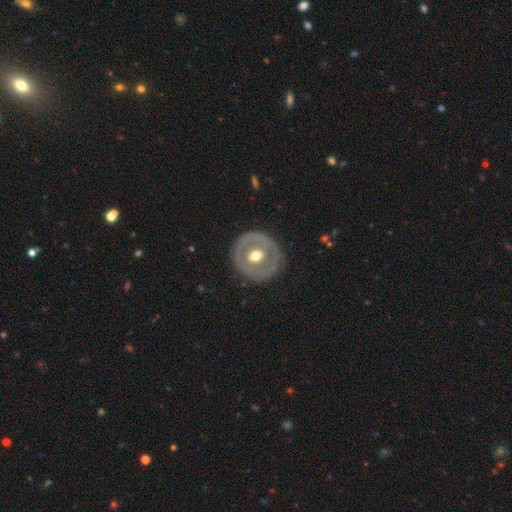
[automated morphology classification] smooth-or-featured: featured or disk: 57% | smooth: 37% | star or artifact: 5%
  disk-edge-on: no: 95% | yes: 5%
    bar: no: 70% | weak: 22% | strong: 9%
    has-spiral-arms: no: 87% | yes: 13%
    bulge-size: moderate: 78% | small: 11% | large: 9% | dominant: 1% | none: 1%
  merging: none: 83% | minor disturbance: 11% | major disturbance: 4% | merger: 1%